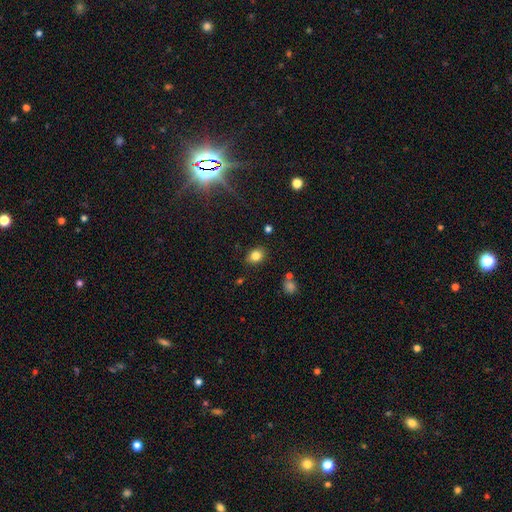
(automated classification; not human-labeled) Smooth or featured? Predicted: smooth (p=0.82). How rounded? Predicted: in between (p=0.57). Merging? Predicted: none (p=0.84).